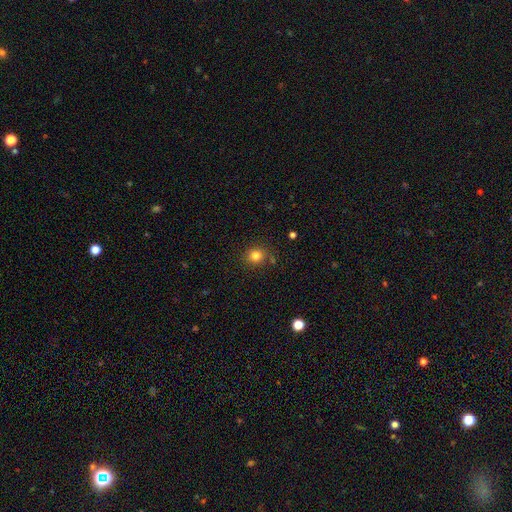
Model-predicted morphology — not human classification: smooth-or-featured: smooth: 81% | star or artifact: 13% | featured or disk: 6%
  how-rounded: round: 86% | in between: 13% | cigar-shaped: 1%
  merging: none: 84% | minor disturbance: 9% | merger: 4% | major disturbance: 3%